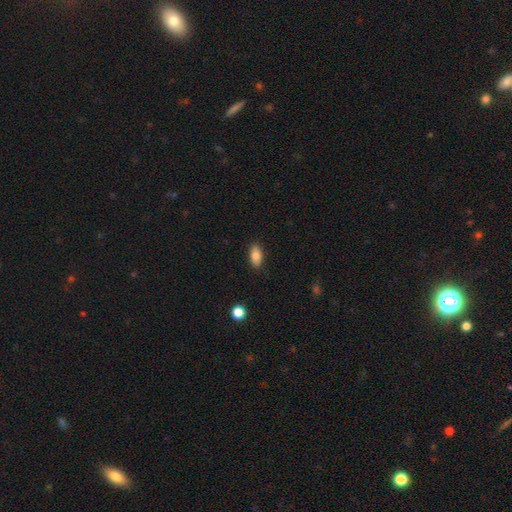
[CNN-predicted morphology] Smooth or featured? smooth (84%)
How rounded? in between (88%)
Merging? none (88%)